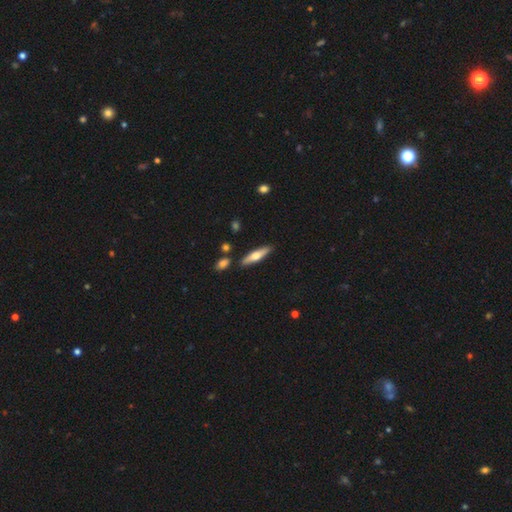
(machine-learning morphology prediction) Overall: smooth (51%; featured or disk 43%). How rounded: cigar-shaped (75%). Merging: none (86%).